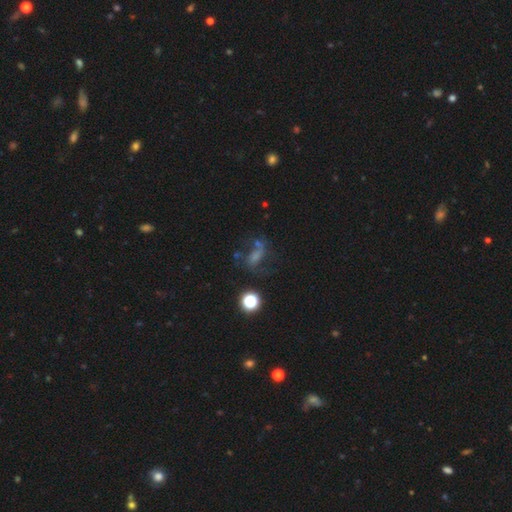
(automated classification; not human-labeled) The model was most divided on "smooth or featured": featured or disk: 39%, star or artifact: 34%, smooth: 27%. Remaining: merging — none (49%).